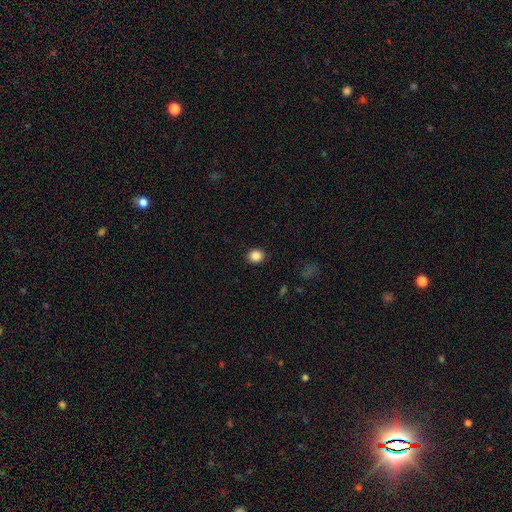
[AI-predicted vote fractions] Smooth or featured: smooth — 86% (star or artifact — 10%)
How rounded: round — 76% (in between — 23%)
Merging: none — 91% (minor disturbance — 6%)